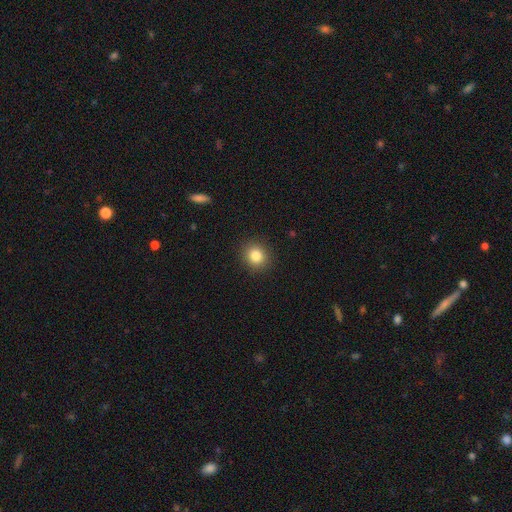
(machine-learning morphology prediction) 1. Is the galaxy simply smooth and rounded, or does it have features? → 83% smooth, 11% star or artifact, 6% featured or disk.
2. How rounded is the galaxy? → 86% round, 13% in between, 1% cigar-shaped.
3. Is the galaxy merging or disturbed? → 91% none, 6% minor disturbance, 2% major disturbance, 1% merger.